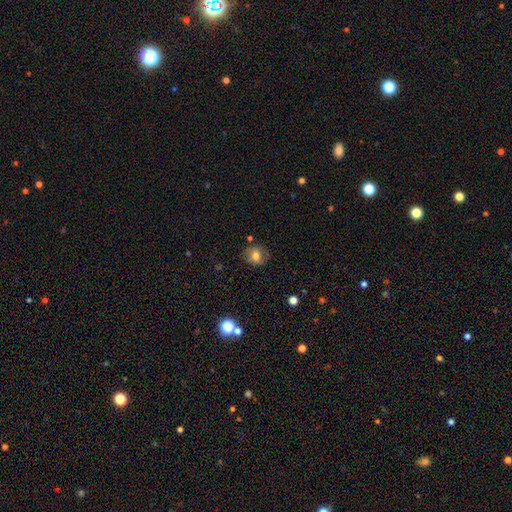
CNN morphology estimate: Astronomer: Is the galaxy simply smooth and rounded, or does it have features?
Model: smooth — 67%.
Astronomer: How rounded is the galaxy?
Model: round — 77%.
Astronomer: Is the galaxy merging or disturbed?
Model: none — 78%.